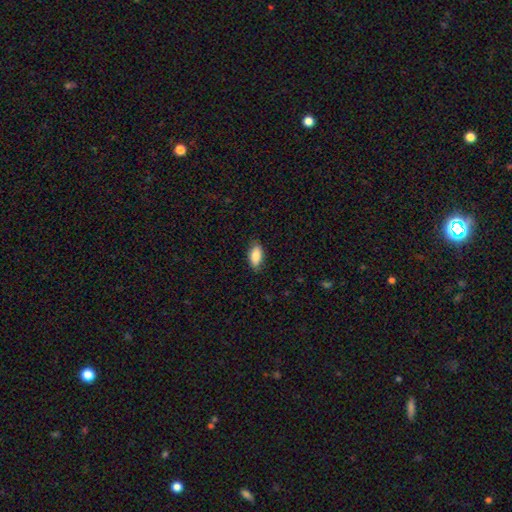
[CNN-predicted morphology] Overall: smooth (85%). How rounded: in between (90%). Merging: none (83%).